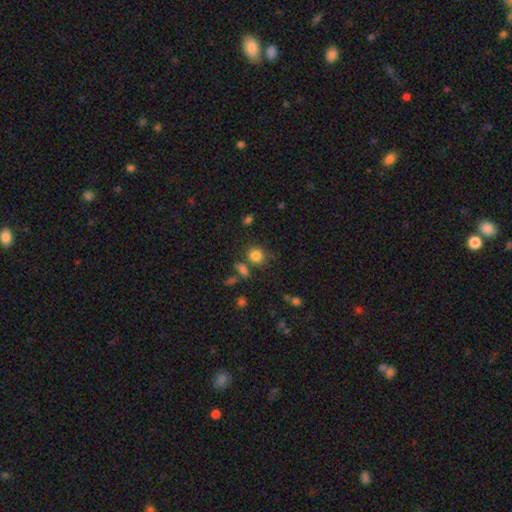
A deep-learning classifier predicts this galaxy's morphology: A smooth galaxy with no disk features (82%) that is round (73%).

Vote fractions:
- Smooth or featured? smooth: 82% / star or artifact: 12% / featured or disk: 6%
- How rounded? round: 73% / in between: 26% / cigar-shaped: 1%
- Merging? none: 70% / minor disturbance: 14% / merger: 12% / major disturbance: 5%